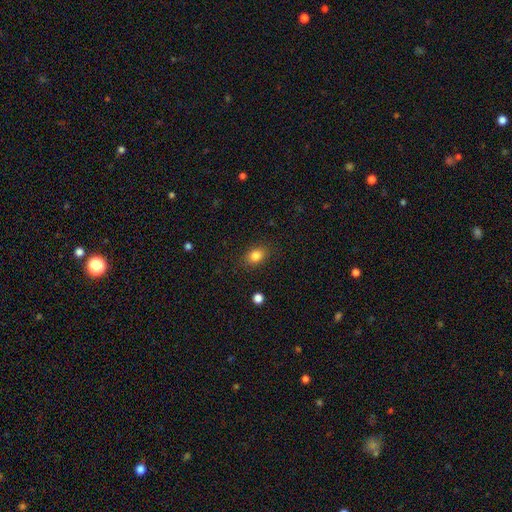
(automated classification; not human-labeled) The model was most divided on "how rounded": in between: 67%, round: 32%, cigar-shaped: 1%. More confident: merging — none (85%); smooth or featured — smooth (83%).